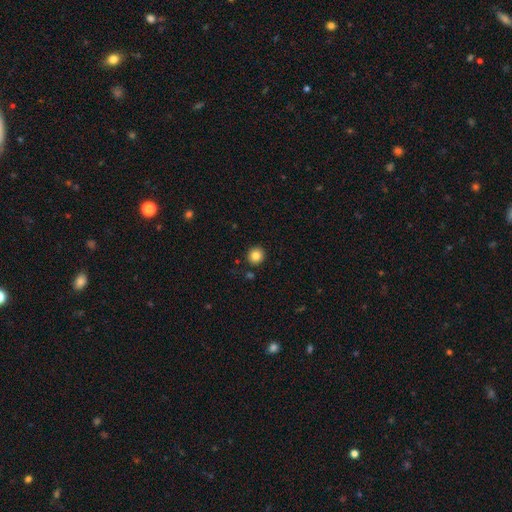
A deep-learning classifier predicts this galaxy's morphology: smooth_or_featured: smooth (p=0.84) [alt: star or artifact p=0.10]
how_rounded: round (p=0.92) [alt: in between p=0.07]
merging: none (p=0.90) [alt: minor disturbance p=0.06]